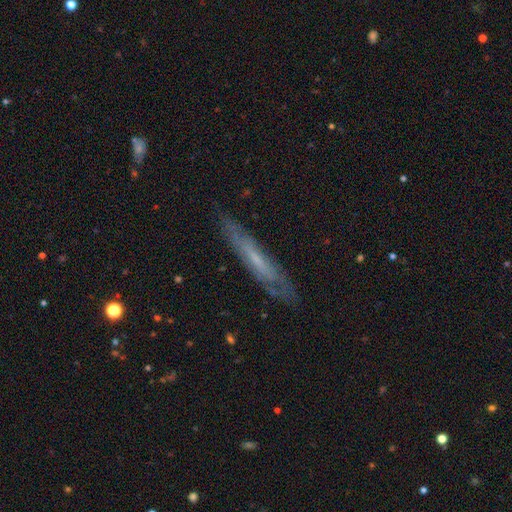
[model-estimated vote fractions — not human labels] smooth_or_featured: featured or disk (p=0.59) [alt: smooth p=0.31]
disk_edge_on: yes (p=0.72) [alt: no p=0.28]
merging: none (p=0.81) [alt: minor disturbance p=0.14]